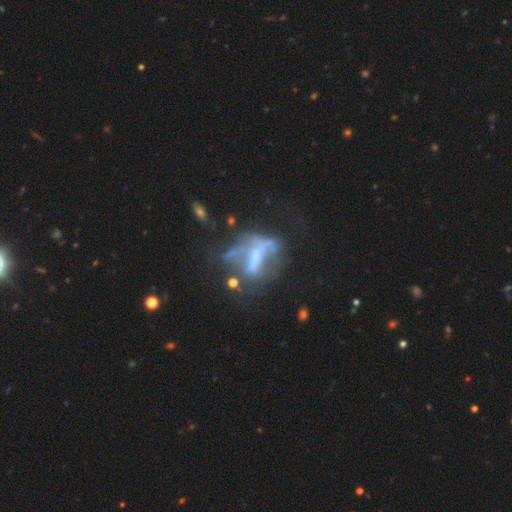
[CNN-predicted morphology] A featured or disk galaxy (65%) with no bar (48%), no spiral arms (80%) and no central bulge (38%). Merging: major disturbance (36%).